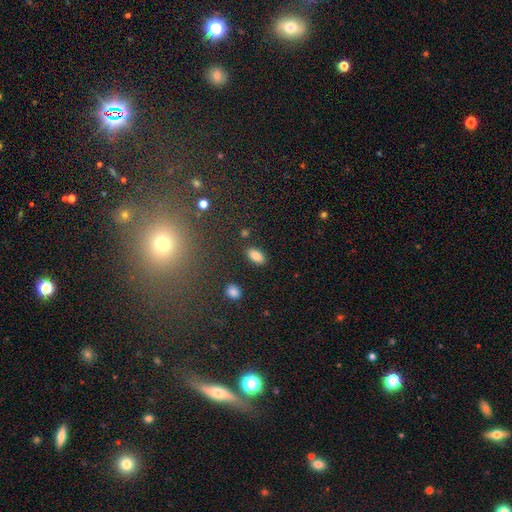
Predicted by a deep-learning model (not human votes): This is clearly a smooth galaxy (85%). How rounded: clearly in between (92%). Merging: clearly none (85%).